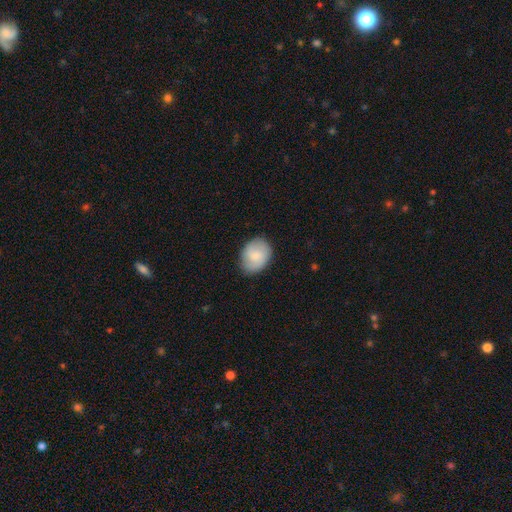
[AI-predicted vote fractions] Smooth or featured?
  - smooth: 64% *
  - featured or disk: 30%
  - star or artifact: 7%
How rounded?
  - in between: 57% *
  - round: 42%
  - cigar-shaped: 1%
Merging?
  - none: 82% *
  - minor disturbance: 14%
  - major disturbance: 3%
  - merger: 1%